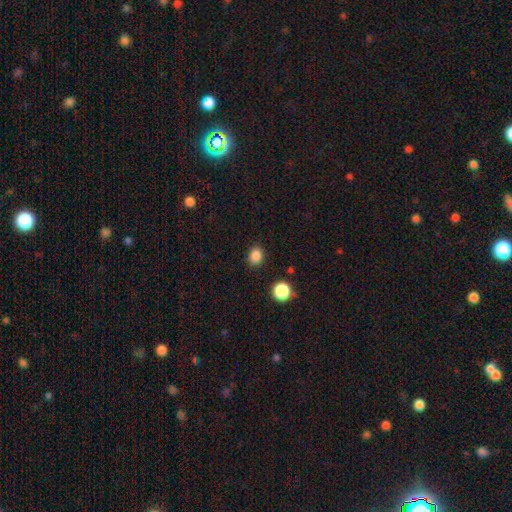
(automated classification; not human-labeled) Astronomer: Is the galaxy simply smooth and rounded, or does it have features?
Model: smooth — 85%.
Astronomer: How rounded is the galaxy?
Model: round — 59% (runner-up: in between, 40%).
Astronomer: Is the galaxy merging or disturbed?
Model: none — 88%.